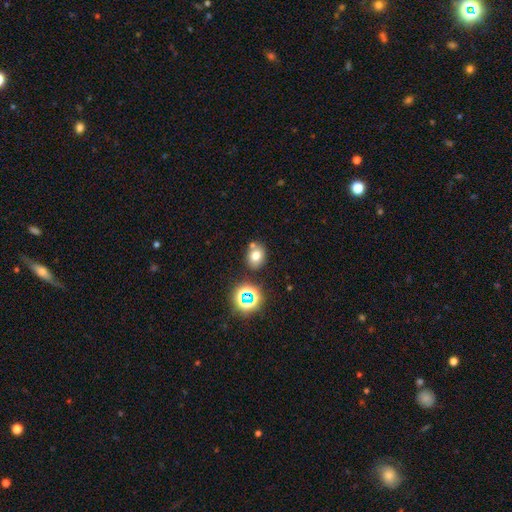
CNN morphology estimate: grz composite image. It shows a smooth galaxy with no disk features (69%) that is round (51%). Merging: none (69%).